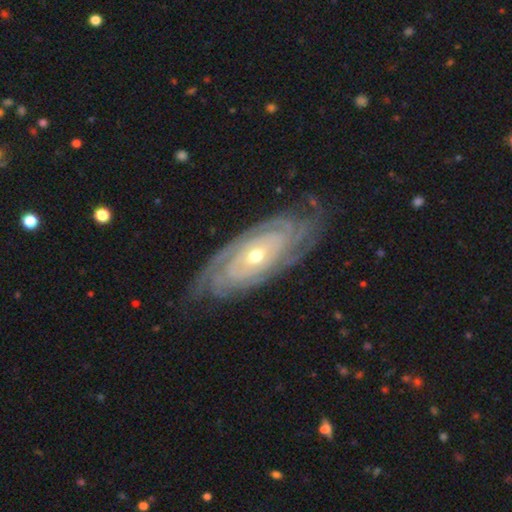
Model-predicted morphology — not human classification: Smooth or featured? Predicted: featured or disk (p=0.91). Edge-on disk? Predicted: no (p=0.93). Bar? Predicted: no (p=0.71). Spiral arms? Predicted: yes (p=0.97). Spiral winding? Predicted: tight (p=0.85). Spiral arm count? Predicted: can't tell (p=0.31). Bulge size? Predicted: moderate (p=0.49). Merging? Predicted: none (p=0.80).